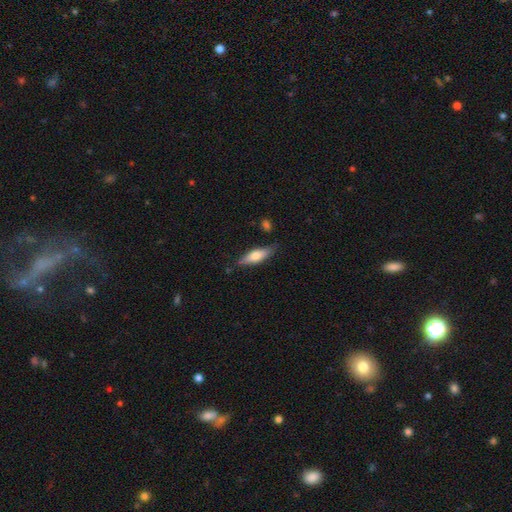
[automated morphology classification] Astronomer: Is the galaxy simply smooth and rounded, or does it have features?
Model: smooth — 64%.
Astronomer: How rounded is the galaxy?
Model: cigar-shaped — 51% (runner-up: in between, 47%).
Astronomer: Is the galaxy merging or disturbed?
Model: none — 76%.